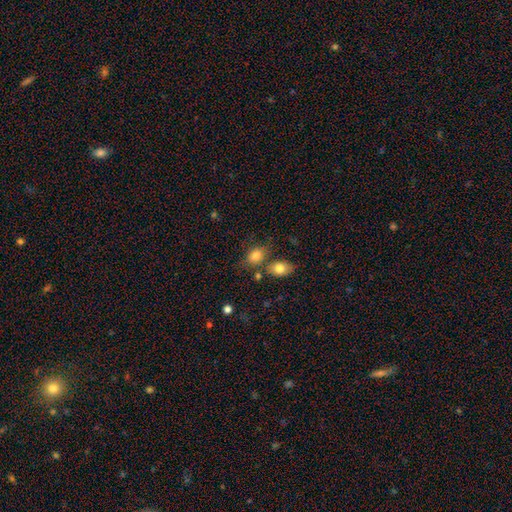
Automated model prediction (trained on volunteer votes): Q: Smooth or featured?
A: smooth (81%); runner-up: star or artifact (10%)
Q: How rounded?
A: in between (68%); runner-up: round (31%)
Q: Merging?
A: none (59%); runner-up: merger (21%)